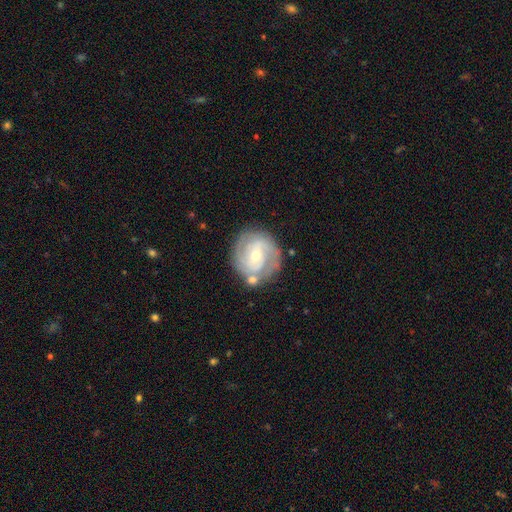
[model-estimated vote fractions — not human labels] Smooth or featured? featured or disk (82%)
Edge-on disk? no (97%)
Bar? weak (47%)
Spiral arms? yes (94%)
Spiral winding? tight (55%)
Spiral arm count? 2 (56%)
Bulge size? small (51%)
Merging? none (73%)